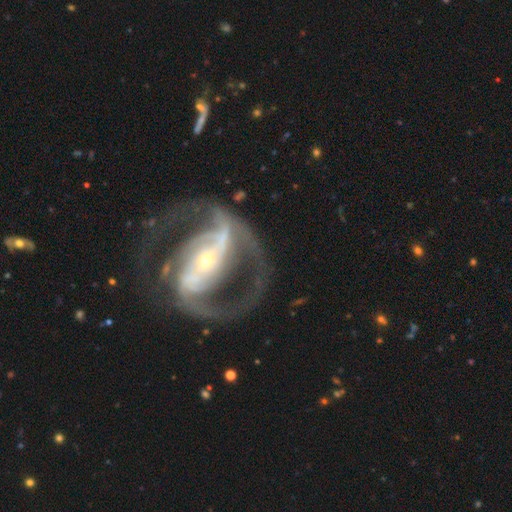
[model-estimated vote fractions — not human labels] featured or disk 90%, star or artifact 5%, smooth 5%. Down the decision tree: edge-on disk — no (96%); bar — strong (65%); spiral arms — yes (93%); spiral arm count — 2 (89%); spiral winding — medium (55%); bulge size — small (74%); merging — none (67%).